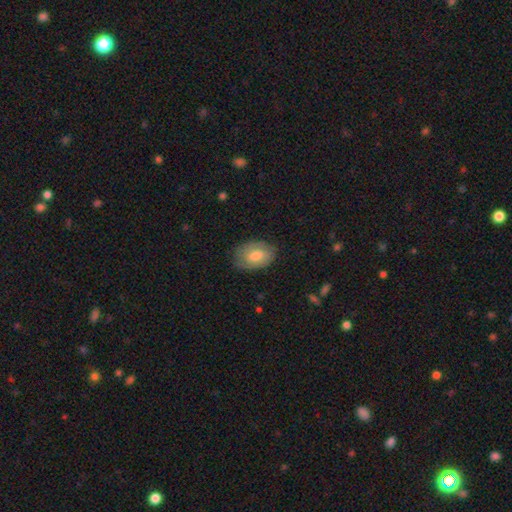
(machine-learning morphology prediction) The model was most divided on "smooth or featured": smooth: 63%, featured or disk: 30%, star or artifact: 7%. More confident: how rounded — in between (87%); merging — none (78%).